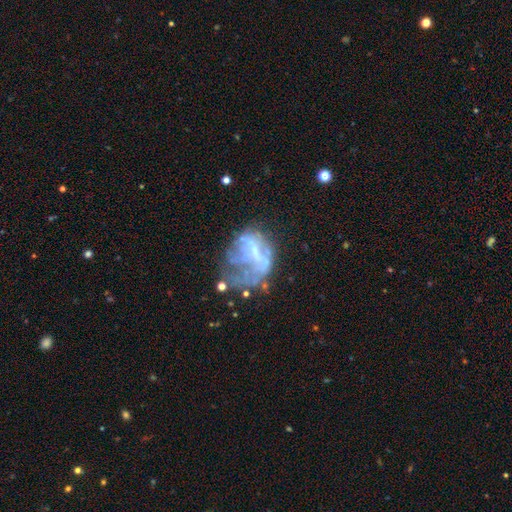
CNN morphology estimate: featured or disk 60%, smooth 23%, star or artifact 17%. Down the decision tree: edge-on disk — no (97%); bar — no (61%); spiral arms — no (79%); bulge size — none (53%); merging — major disturbance (42%).